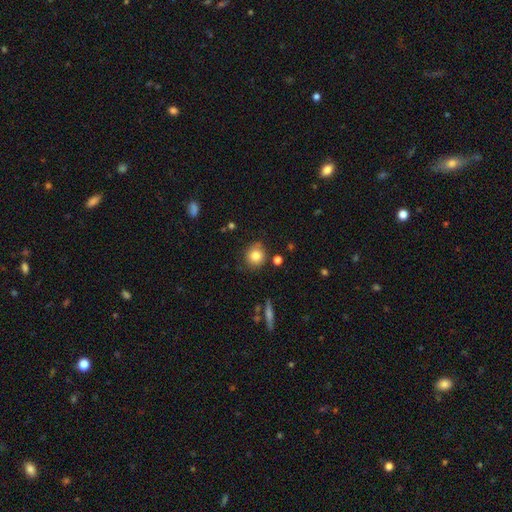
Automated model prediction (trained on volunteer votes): smooth_or_featured: smooth (p=0.82) [alt: star or artifact p=0.10]
how_rounded: round (p=0.88) [alt: in between p=0.11]
merging: none (p=0.81) [alt: minor disturbance p=0.13]